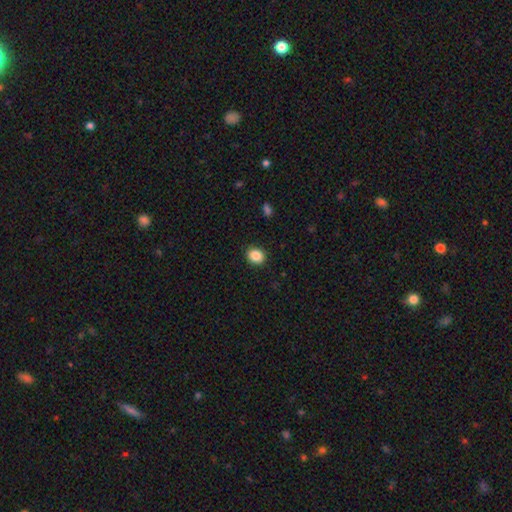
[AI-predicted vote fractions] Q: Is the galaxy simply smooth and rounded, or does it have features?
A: smooth — 87%.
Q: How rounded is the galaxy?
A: round — 60%.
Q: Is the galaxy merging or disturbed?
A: none — 90%.